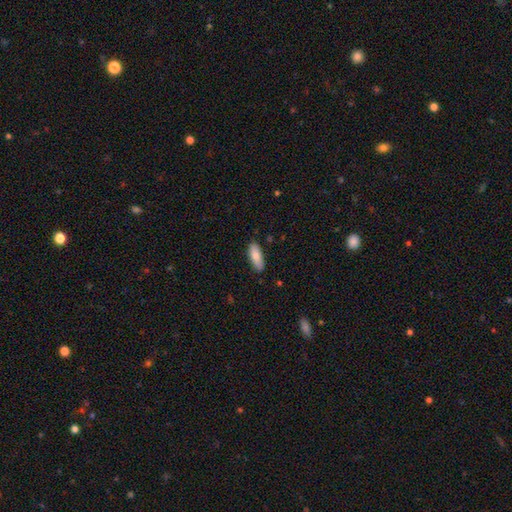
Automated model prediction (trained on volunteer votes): Q: Smooth or featured?
A: smooth (84%); runner-up: featured or disk (10%)
Q: How rounded?
A: in between (68%); runner-up: cigar-shaped (31%)
Q: Merging?
A: none (83%); runner-up: minor disturbance (13%)